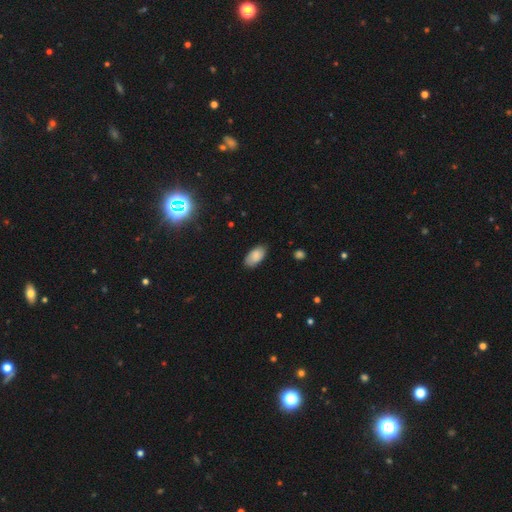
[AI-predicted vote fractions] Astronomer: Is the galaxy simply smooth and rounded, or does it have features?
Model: smooth — 83%.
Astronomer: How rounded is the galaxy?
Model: in between — 95%.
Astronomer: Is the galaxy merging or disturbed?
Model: none — 79%.